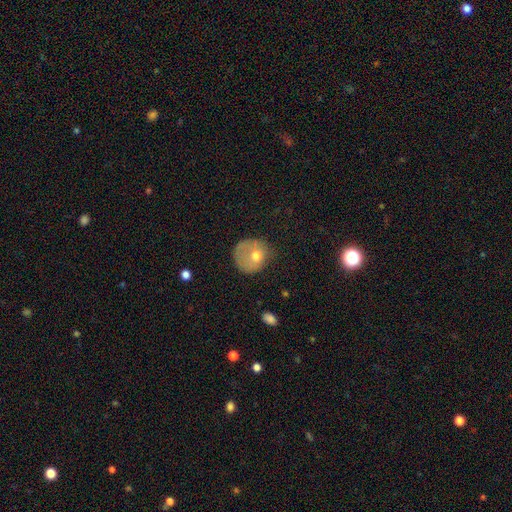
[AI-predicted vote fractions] smooth_or_featured: smooth (p=0.67) [alt: featured or disk p=0.23]
how_rounded: round (p=0.81) [alt: in between p=0.18]
merging: none (p=0.44) [alt: minor disturbance p=0.30]